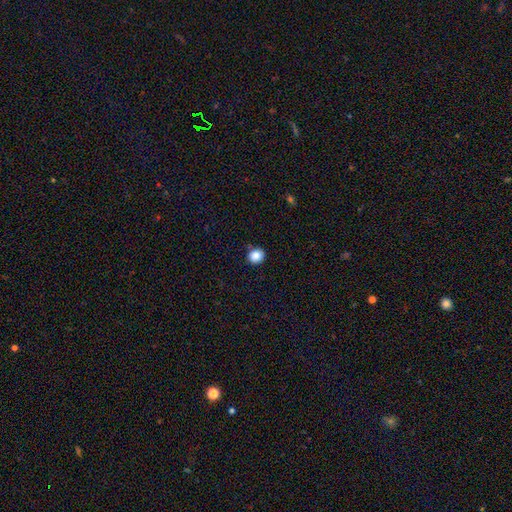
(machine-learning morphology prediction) type=smooth (86%); roundness=round (83%); merging=none (85%).